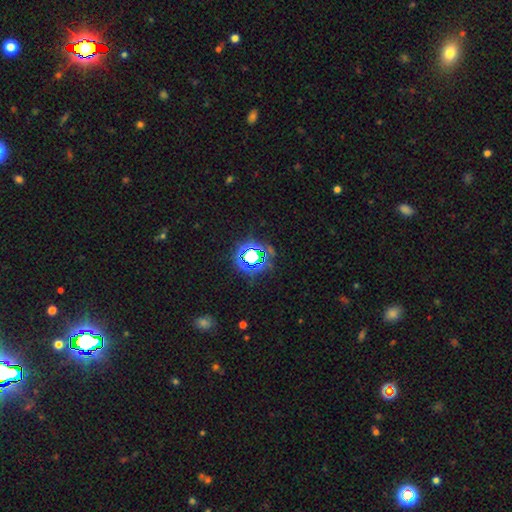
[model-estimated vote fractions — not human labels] The model was most divided on "smooth or featured": star or artifact: 77%, smooth: 15%, featured or disk: 8%.